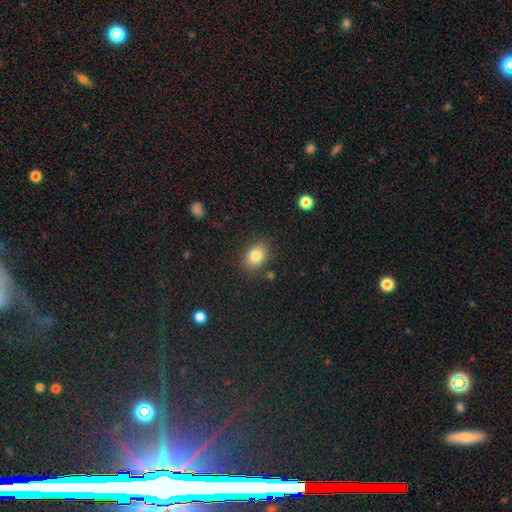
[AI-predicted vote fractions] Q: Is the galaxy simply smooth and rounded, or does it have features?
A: smooth — 83%.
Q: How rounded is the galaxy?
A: in between — 71%.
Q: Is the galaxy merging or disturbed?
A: none — 84%.